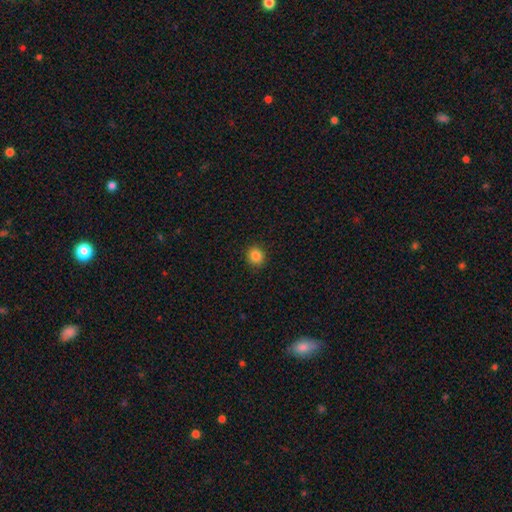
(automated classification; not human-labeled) Morphology: type=smooth (85%); roundness=round (88%); merging=none (92%).